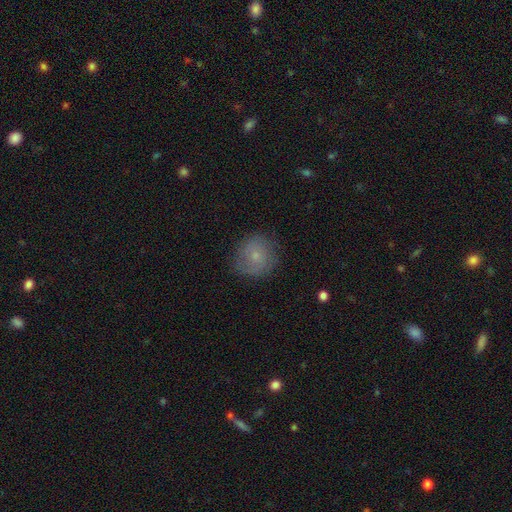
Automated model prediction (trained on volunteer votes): Morphology: type=smooth (69%); roundness=round (88%); merging=none (77%).